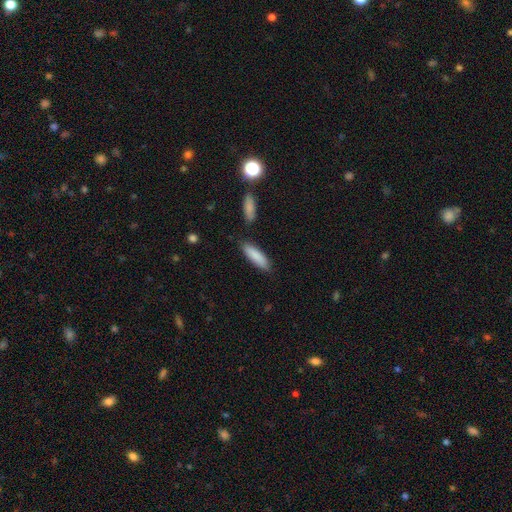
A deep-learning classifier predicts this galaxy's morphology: Smooth or featured: smooth — 87% (featured or disk — 7%)
How rounded: cigar-shaped — 57% (in between — 41%)
Merging: none — 81% (minor disturbance — 12%)